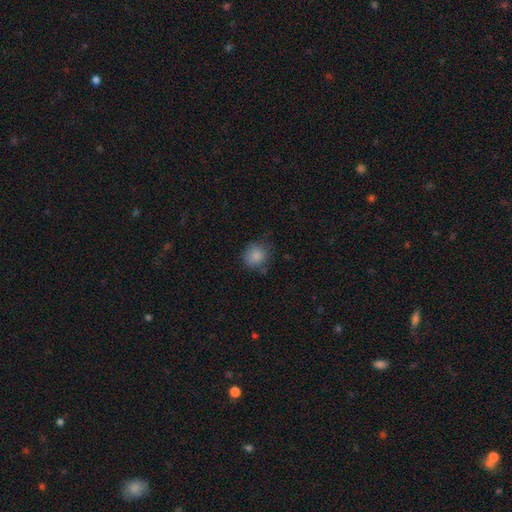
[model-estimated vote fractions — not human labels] Smooth or featured: smooth — 85% (star or artifact — 9%)
How rounded: round — 80% (in between — 19%)
Merging: none — 71% (minor disturbance — 21%)